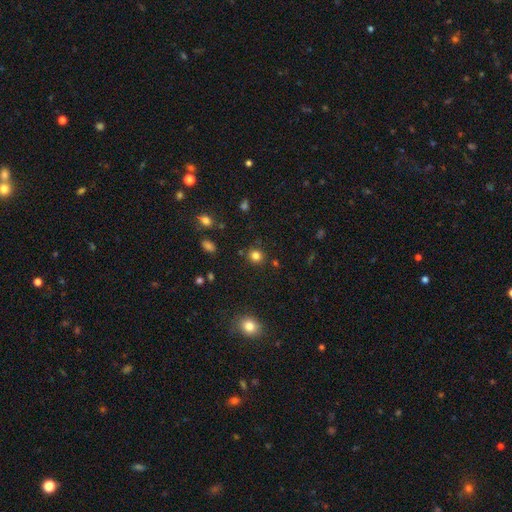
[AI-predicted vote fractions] smooth_or_featured: smooth (p=0.80) [alt: star or artifact p=0.15]
how_rounded: round (p=0.87) [alt: in between p=0.12]
merging: none (p=0.86) [alt: minor disturbance p=0.08]